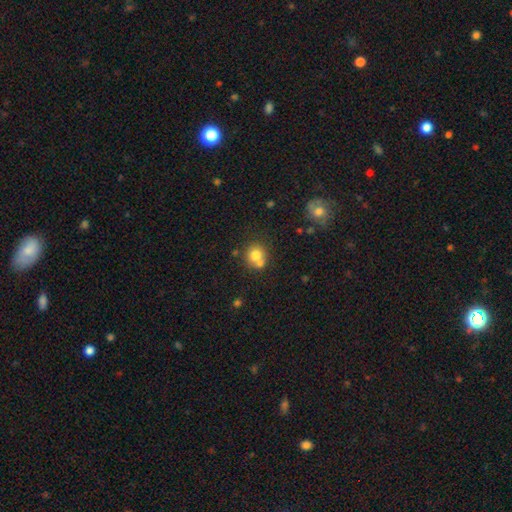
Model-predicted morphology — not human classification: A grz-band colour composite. It shows a smooth galaxy with no disk features (76%) that is round (84%). Merging: none (50%).